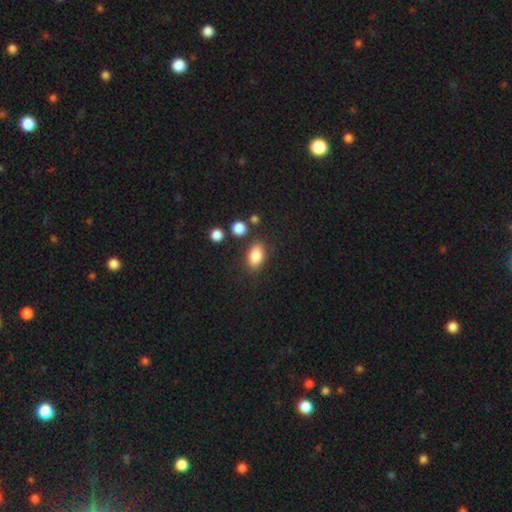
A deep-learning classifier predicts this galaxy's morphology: smooth-or-featured: smooth: 85% | star or artifact: 9% | featured or disk: 6%
  how-rounded: in between: 87% | round: 11% | cigar-shaped: 2%
  merging: none: 80% | minor disturbance: 12% | merger: 5% | major disturbance: 4%